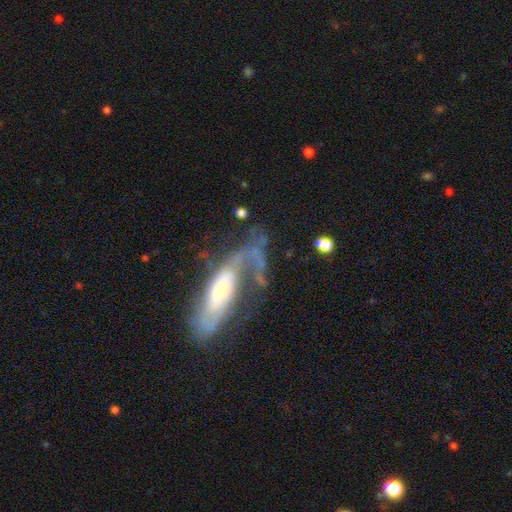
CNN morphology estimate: This is likely a featured or disk galaxy (75%). It is clearly not viewed edge-on (85%). Bar: possibly no (52%). Spiral arm pattern: clearly yes (84%). Spiral arm count: marginally 2 (40%). Spiral winding: marginally medium (38%). Central bulge: marginally moderate (35%). Merging: marginally major disturbance (38%).